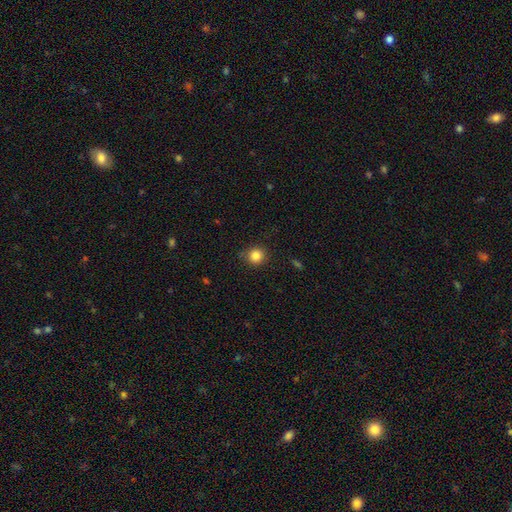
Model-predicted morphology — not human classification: A smooth galaxy with no disk features (84%) that is round (90%).

Vote fractions:
- Smooth or featured? smooth: 84% / star or artifact: 11% / featured or disk: 4%
- How rounded? round: 90% / in between: 9% / cigar-shaped: 1%
- Merging? none: 84% / minor disturbance: 12% / major disturbance: 3% / merger: 1%